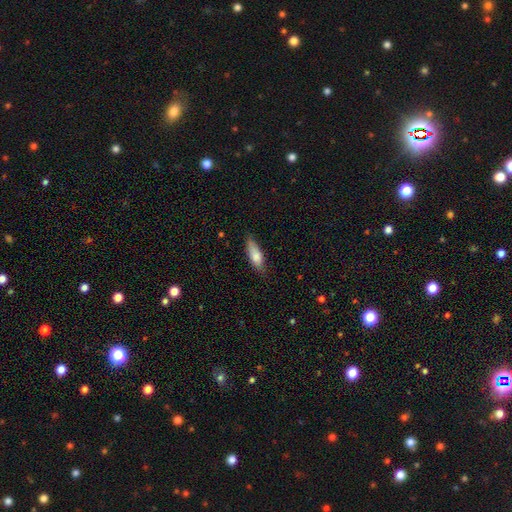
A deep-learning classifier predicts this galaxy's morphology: Smooth or featured? smooth (80%)
How rounded? in between (60%)
Merging? none (73%)